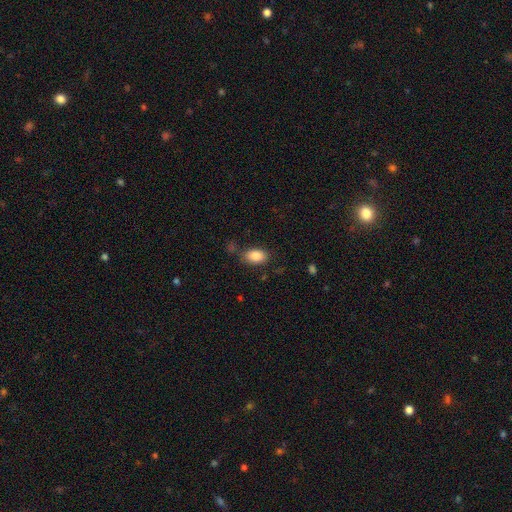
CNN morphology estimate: The model was most divided on "merging": none: 74%, minor disturbance: 15%, merger: 6%, major disturbance: 5%. More confident: how rounded — in between (89%); smooth or featured — smooth (87%).